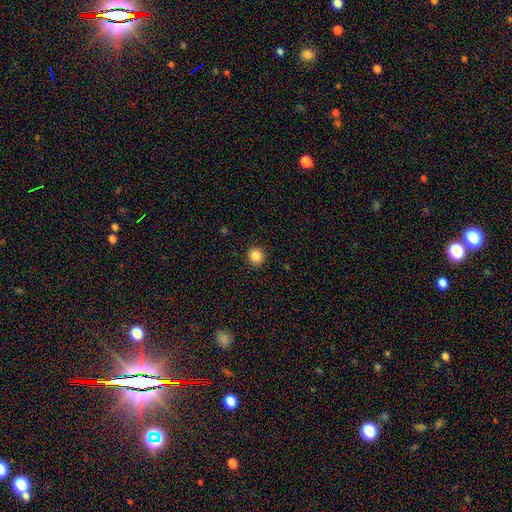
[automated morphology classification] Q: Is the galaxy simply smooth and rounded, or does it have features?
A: smooth — 86%.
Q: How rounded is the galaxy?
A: round — 92%.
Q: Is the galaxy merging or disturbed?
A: none — 92%.